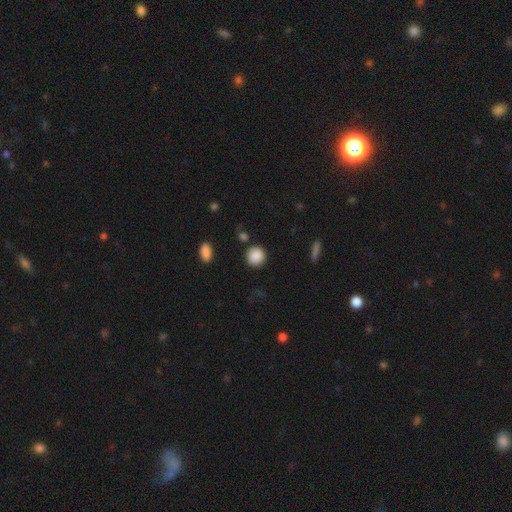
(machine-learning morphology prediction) Smooth or featured?
  - smooth: 88% *
  - star or artifact: 8%
  - featured or disk: 3%
How rounded?
  - round: 91% *
  - in between: 8%
  - cigar-shaped: 1%
Merging?
  - none: 88% *
  - minor disturbance: 7%
  - merger: 3%
  - major disturbance: 2%